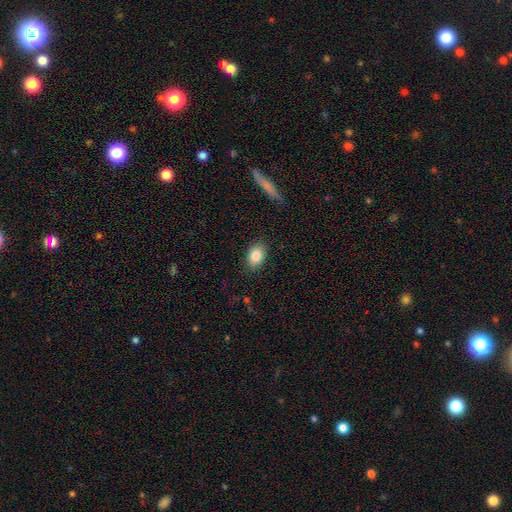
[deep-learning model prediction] Smooth or featured: smooth — 84% (star or artifact — 8%)
How rounded: in between — 80% (round — 18%)
Merging: none — 87% (minor disturbance — 10%)